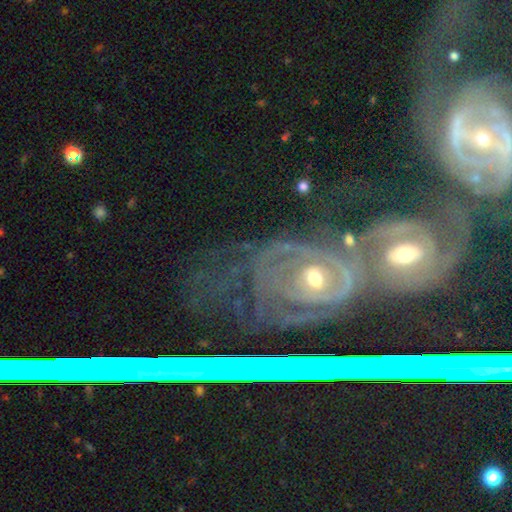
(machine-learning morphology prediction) featured or disk 66%, star or artifact 18%, smooth 16%. Down the decision tree: edge-on disk — no (90%); bar — no (62%); spiral arms — yes (78%); bulge size — moderate (61%); merging — none (45%).